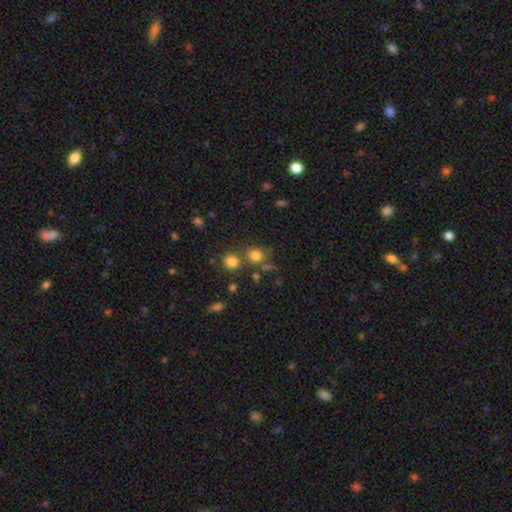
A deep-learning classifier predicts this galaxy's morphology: smooth_or_featured: smooth (p=0.77) [alt: star or artifact p=0.16]
how_rounded: round (p=0.82) [alt: in between p=0.17]
merging: none (p=0.64) [alt: merger p=0.21]